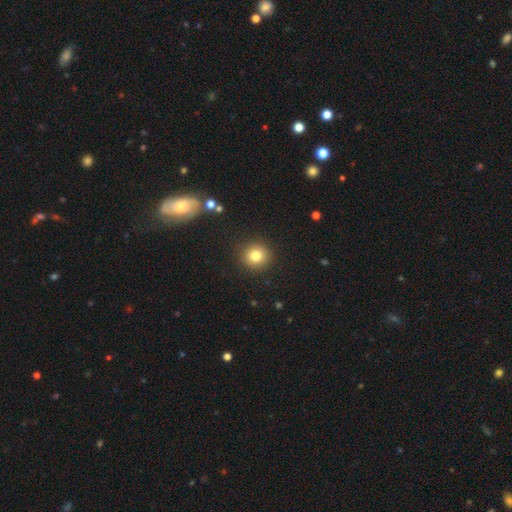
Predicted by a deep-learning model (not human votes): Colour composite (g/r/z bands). It shows a smooth galaxy with no disk features (81%) that is round (93%). Merging: none (91%).